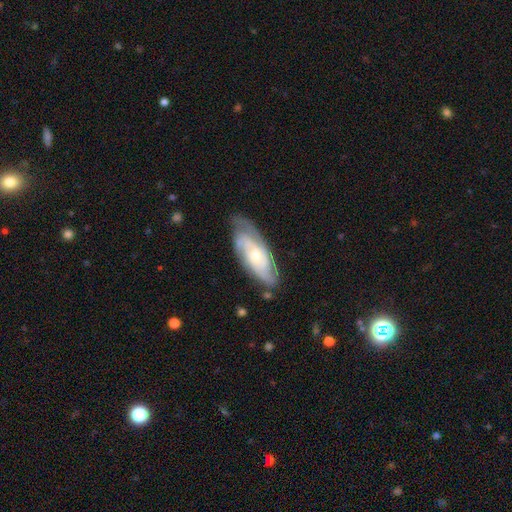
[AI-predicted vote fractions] smooth-or-featured: featured or disk: 80% | smooth: 15% | star or artifact: 5%
  disk-edge-on: no: 90% | yes: 10%
    bar: no: 66% | weak: 28% | strong: 6%
    has-spiral-arms: yes: 95% | no: 5%
      spiral-winding: tight: 60% | medium: 33% | loose: 7%
      spiral-arm-count: can't tell: 30% (tied) | 2: 30% (tied) | 3: 26% | 4: 8% | 1: 4% | more than 4: 3%
    bulge-size: moderate: 52% | small: 42% | large: 4% | none: 2% | dominant: 1%
  merging: none: 72% | minor disturbance: 21% | major disturbance: 6% | merger: 2%